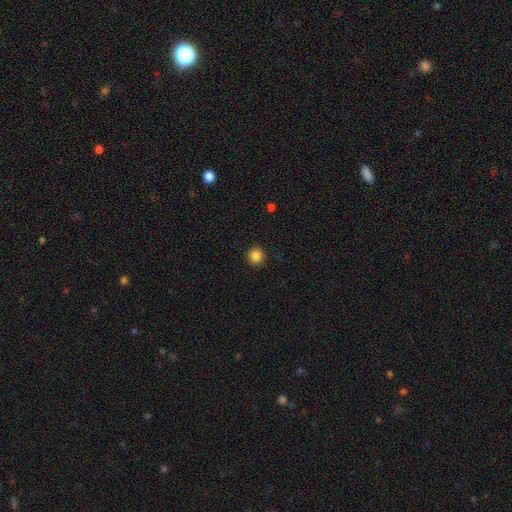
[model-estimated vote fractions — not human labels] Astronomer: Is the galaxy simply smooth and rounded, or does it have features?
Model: smooth — 86%.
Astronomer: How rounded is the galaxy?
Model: round — 95%.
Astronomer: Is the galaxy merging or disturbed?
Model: none — 92%.